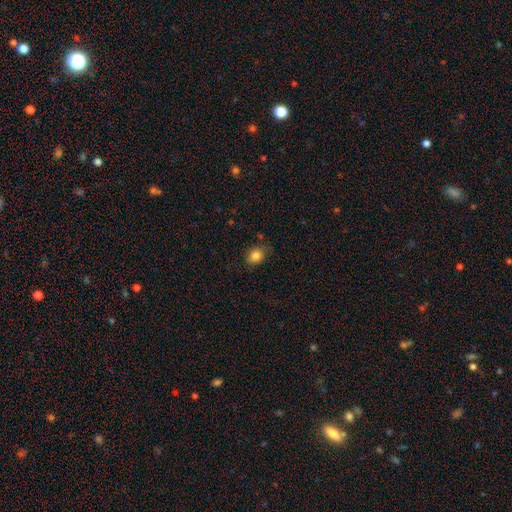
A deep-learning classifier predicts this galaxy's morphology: A smooth galaxy with no disk features (83%) that is in between round and cigar-shaped (54%).

Vote fractions:
- Smooth or featured? smooth: 83% / star or artifact: 10% / featured or disk: 7%
- How rounded? in between: 54% / round: 45% / cigar-shaped: 1%
- Merging? none: 76% / minor disturbance: 18% / major disturbance: 4% / merger: 2%